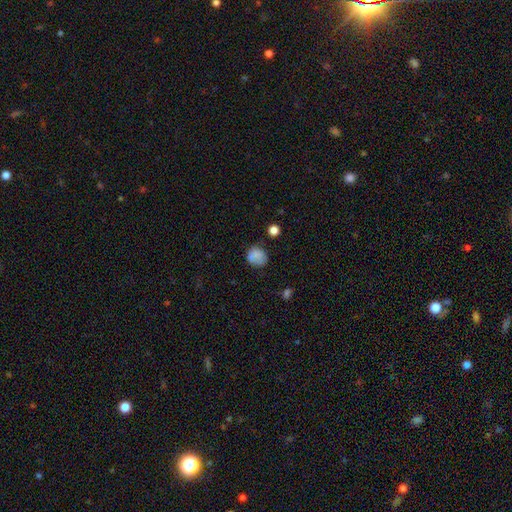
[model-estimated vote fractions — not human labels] This is likely a smooth galaxy (80%). How rounded: likely round (72%). Merging: likely none (63%).